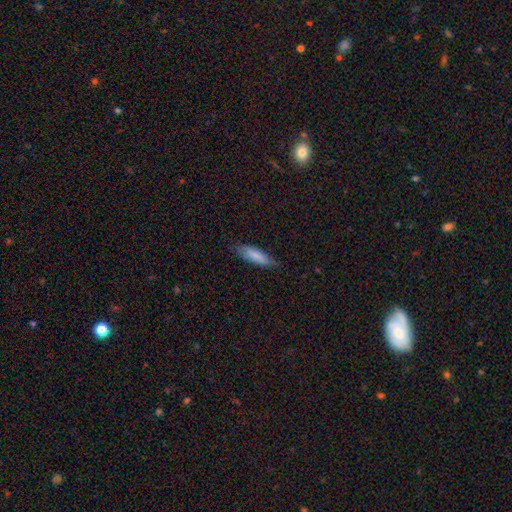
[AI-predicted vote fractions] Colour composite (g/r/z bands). It shows a smooth galaxy with no disk features (81%) that is cigar-shaped (60%). Merging: none (76%).